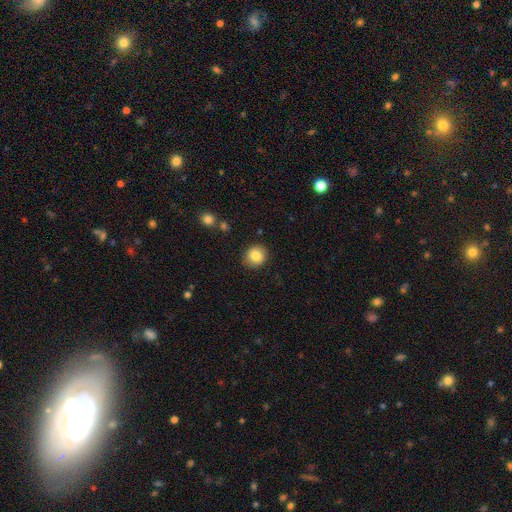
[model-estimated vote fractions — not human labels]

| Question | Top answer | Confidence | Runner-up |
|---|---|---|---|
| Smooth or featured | smooth | 84% | star or artifact (9%) |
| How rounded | round | 84% | in between (15%) |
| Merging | none | 87% | minor disturbance (9%) |